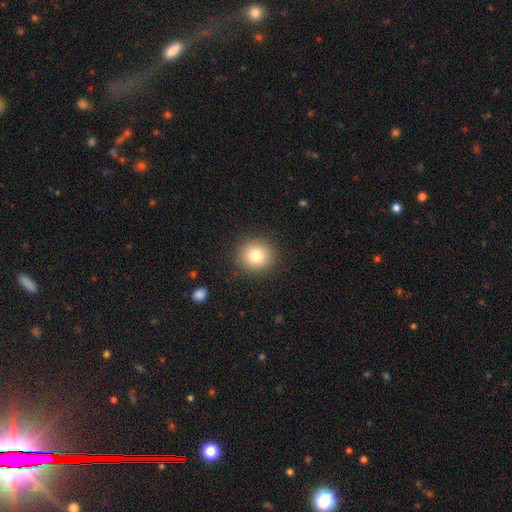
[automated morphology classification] Q: Smooth or featured?
A: smooth (80%); runner-up: star or artifact (11%)
Q: How rounded?
A: round (90%); runner-up: in between (9%)
Q: Merging?
A: none (90%); runner-up: minor disturbance (6%)